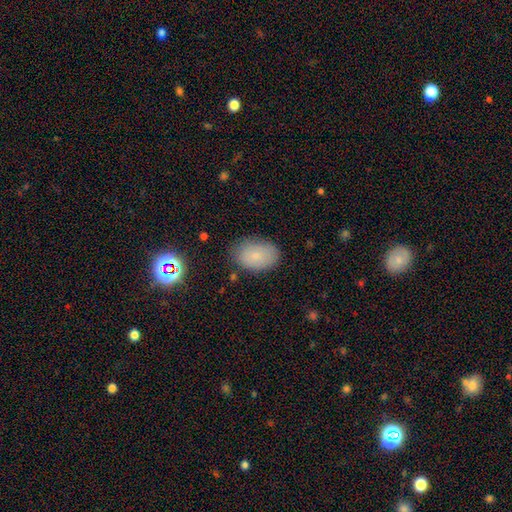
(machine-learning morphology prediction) Smooth or featured?
  - smooth: 80% *
  - star or artifact: 11%
  - featured or disk: 9%
How rounded?
  - in between: 86% *
  - round: 13%
  - cigar-shaped: 1%
Merging?
  - none: 80% *
  - minor disturbance: 14%
  - major disturbance: 4%
  - merger: 2%